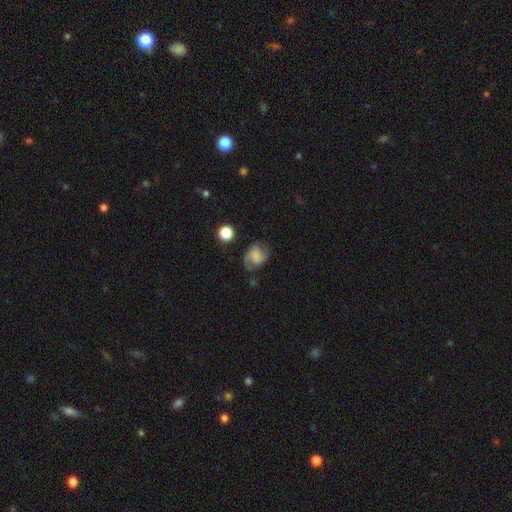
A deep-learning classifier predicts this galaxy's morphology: Q: Smooth or featured?
A: featured or disk (61%); runner-up: smooth (29%)
Q: Edge-on disk?
A: no (98%); runner-up: yes (2%)
Q: Bar?
A: no (43%); runner-up: weak (42%)
Q: Spiral arms?
A: yes (91%); runner-up: no (9%)
Q: Spiral winding?
A: medium (47%); runner-up: loose (35%)
Q: Spiral arm count?
A: 2 (83%); runner-up: 1 (7%)
Q: Bulge size?
A: none (47%); runner-up: small (23%)
Q: Merging?
A: none (61%); runner-up: minor disturbance (23%)